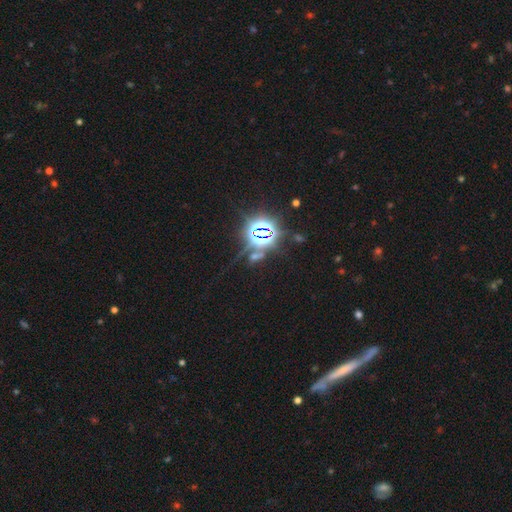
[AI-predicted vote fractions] smooth_or_featured: star or artifact (p=0.79) [alt: smooth p=0.12]